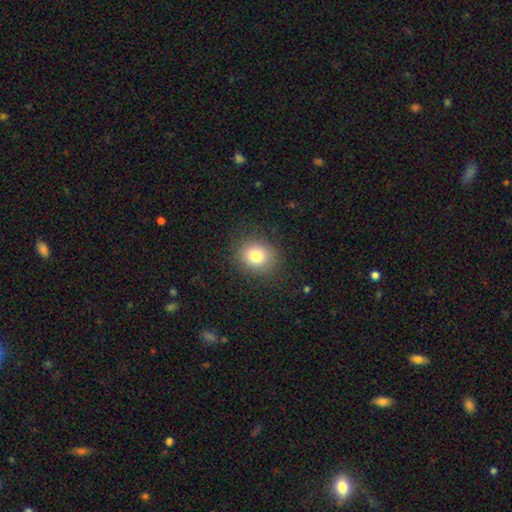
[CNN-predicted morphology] Smooth or featured? Predicted: smooth (p=0.80). How rounded? Predicted: round (p=0.65). Merging? Predicted: none (p=0.85).